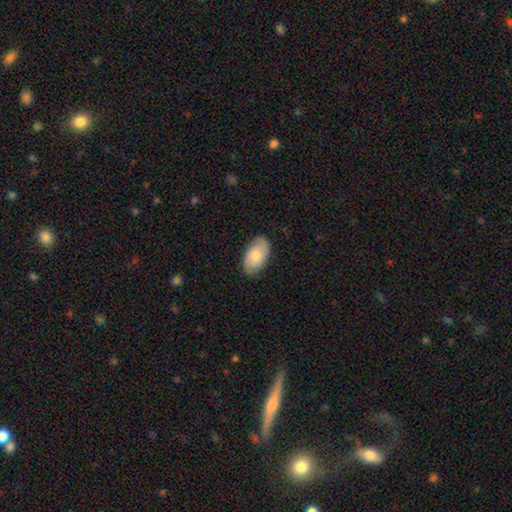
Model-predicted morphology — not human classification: smooth 75%, featured or disk 19%, star or artifact 6%. Down the decision tree: how rounded — in between (95%); merging — none (83%).